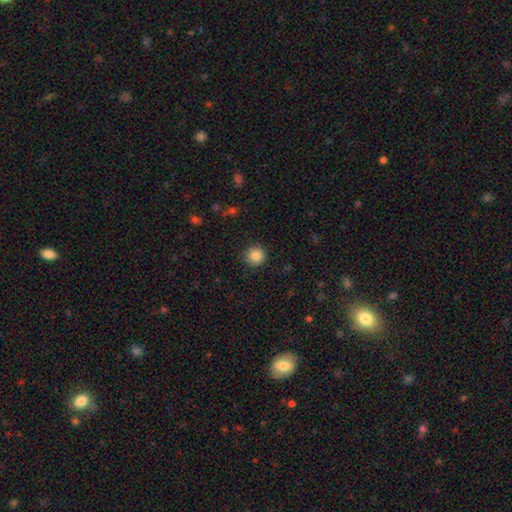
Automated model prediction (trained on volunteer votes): smooth 85%, star or artifact 10%, featured or disk 5%. Down the decision tree: how rounded — round (94%); merging — none (90%).